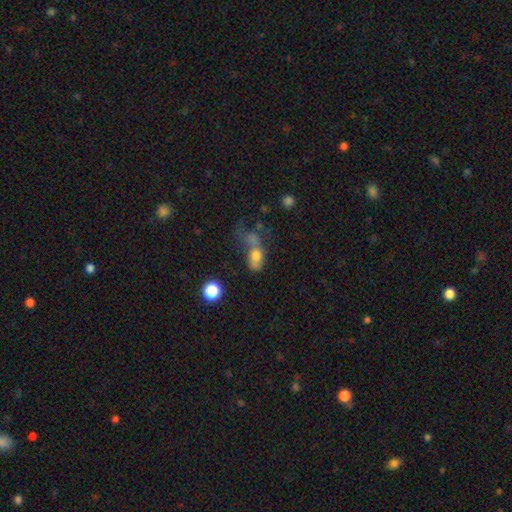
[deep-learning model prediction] Smooth or featured? Predicted: smooth (p=0.65). How rounded? Predicted: in between (p=0.65). Merging? Predicted: merger (p=0.42).